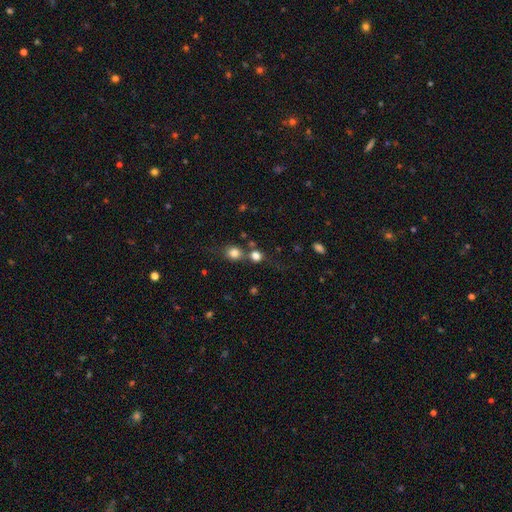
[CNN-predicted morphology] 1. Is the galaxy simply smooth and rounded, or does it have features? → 78% smooth, 14% star or artifact, 8% featured or disk.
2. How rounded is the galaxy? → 82% round, 17% in between, 1% cigar-shaped.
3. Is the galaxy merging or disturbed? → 51% none, 34% merger, 9% minor disturbance, 5% major disturbance.